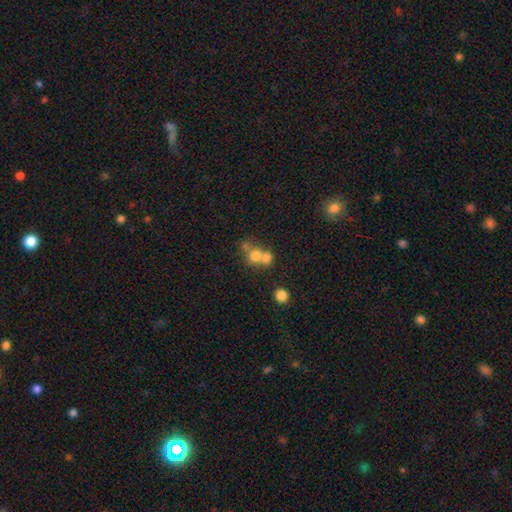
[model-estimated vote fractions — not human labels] smooth-or-featured: smooth: 69% | featured or disk: 17% | star or artifact: 13%
  how-rounded: round: 76% | in between: 23% | cigar-shaped: 1%
  merging: merger: 58% | none: 31% | minor disturbance: 6% | major disturbance: 4%